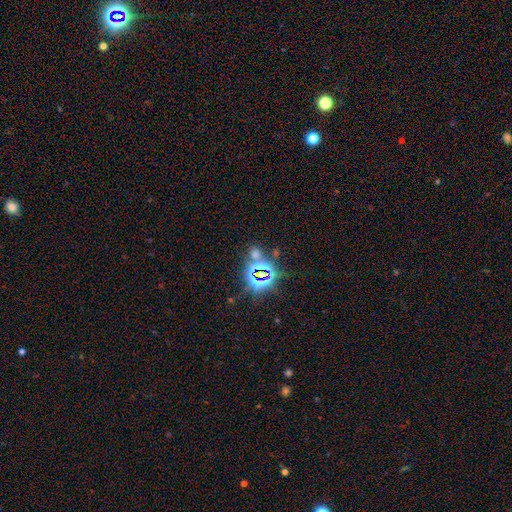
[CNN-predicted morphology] Smooth or featured: star or artifact — 74% (smooth — 18%)